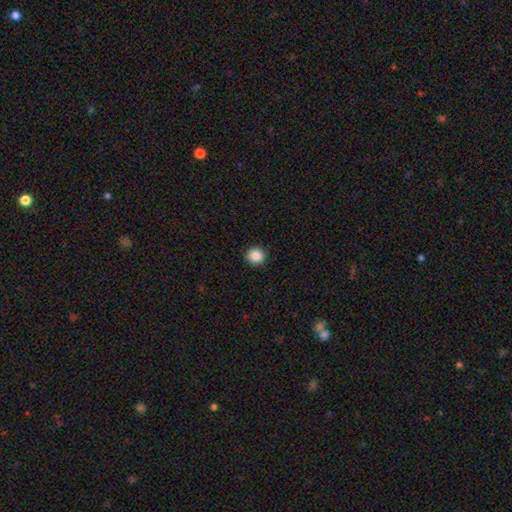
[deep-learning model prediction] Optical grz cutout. It shows a smooth galaxy with no disk features (87%) that is round (92%). Merging: none (92%).